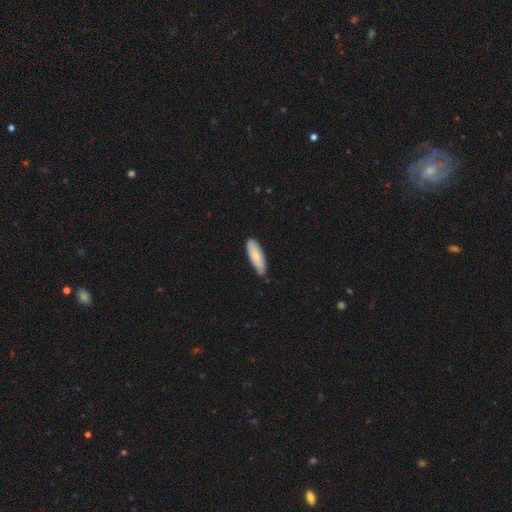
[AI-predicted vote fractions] Morphology: type=smooth (81%); roundness=in between (51%); merging=none (75%).